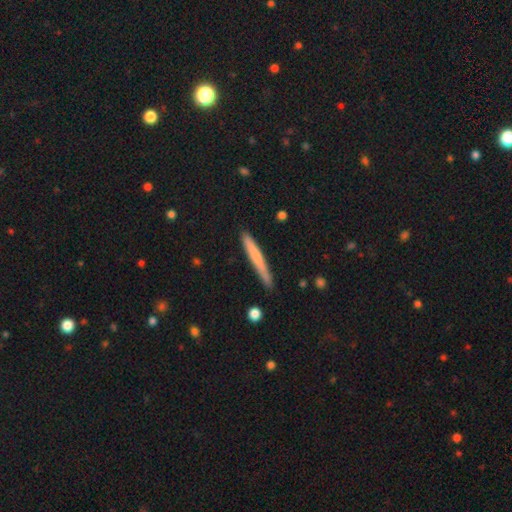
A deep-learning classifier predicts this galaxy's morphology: smooth-or-featured: smooth: 66% | featured or disk: 28% | star or artifact: 6%
  how-rounded: cigar-shaped: 96% | in between: 3% | round: 1%
  merging: none: 83% | minor disturbance: 13% | major disturbance: 2% | merger: 2%